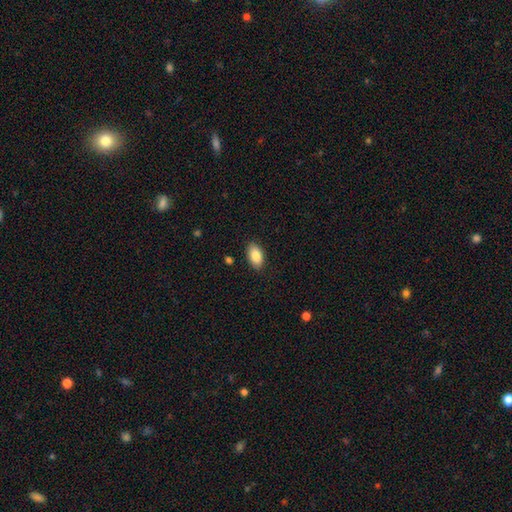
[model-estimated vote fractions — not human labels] This is clearly a smooth galaxy (86%). How rounded: clearly in between (94%). Merging: clearly none (88%).